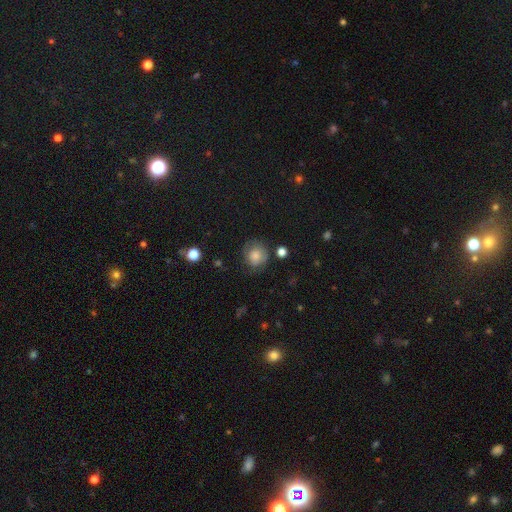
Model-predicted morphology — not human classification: A smooth galaxy with no disk features (77%) that is round (84%). Merging: none (69%).